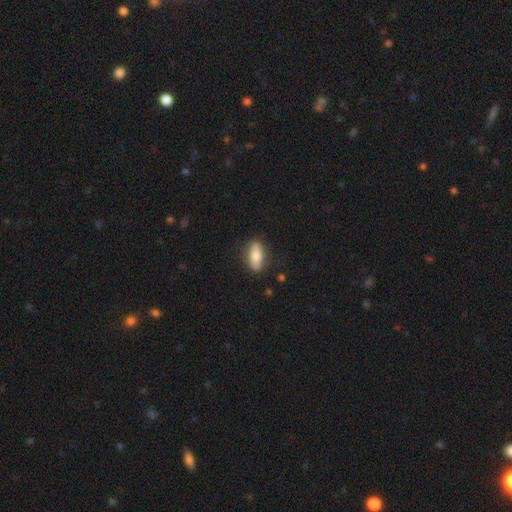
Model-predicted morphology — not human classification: Smooth or featured?
  - smooth: 74% *
  - featured or disk: 20%
  - star or artifact: 6%
How rounded?
  - in between: 70% *
  - cigar-shaped: 26%
  - round: 3%
Merging?
  - none: 83% *
  - minor disturbance: 13%
  - major disturbance: 3%
  - merger: 1%